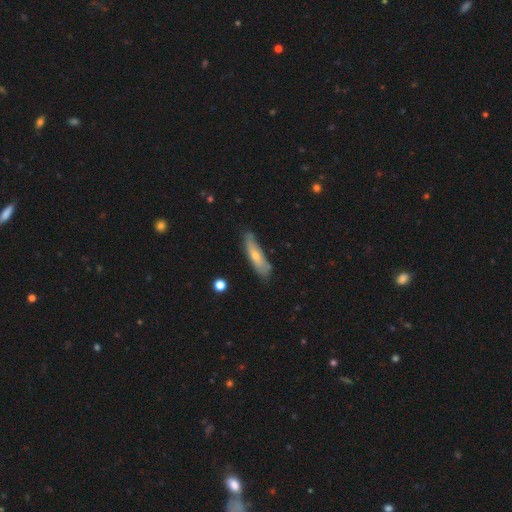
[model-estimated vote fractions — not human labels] Overall: smooth (54%; featured or disk 40%). How rounded: cigar-shaped (69%; in between 29%). Merging: none (71%).